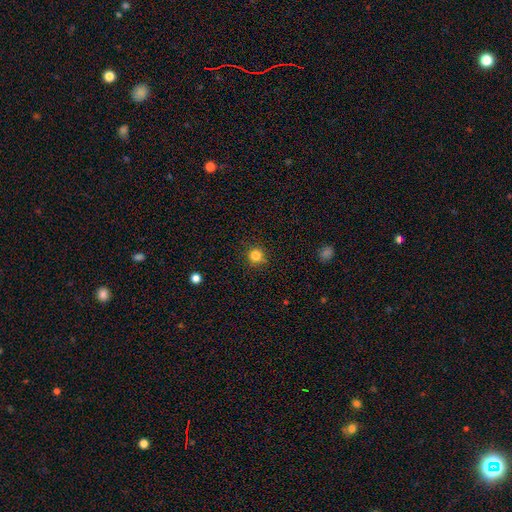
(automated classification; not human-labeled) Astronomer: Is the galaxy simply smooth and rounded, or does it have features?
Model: smooth — 83%.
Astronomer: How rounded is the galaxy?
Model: round — 94%.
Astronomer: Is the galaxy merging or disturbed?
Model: none — 88%.